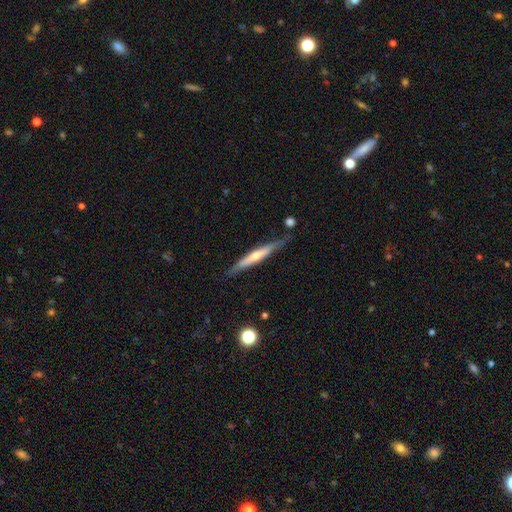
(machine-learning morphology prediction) A featured or disk galaxy (65%) viewed edge-on (95%) with a rounded central bulge (71%). Merging: none (82%).